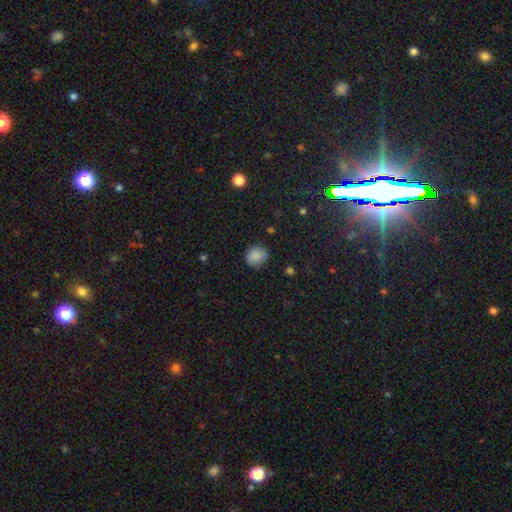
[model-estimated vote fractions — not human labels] smooth-or-featured: smooth: 86% | star or artifact: 9% | featured or disk: 5%
  how-rounded: round: 80% | in between: 19% | cigar-shaped: 1%
  merging: none: 84% | minor disturbance: 13% | major disturbance: 3% | merger: 1%